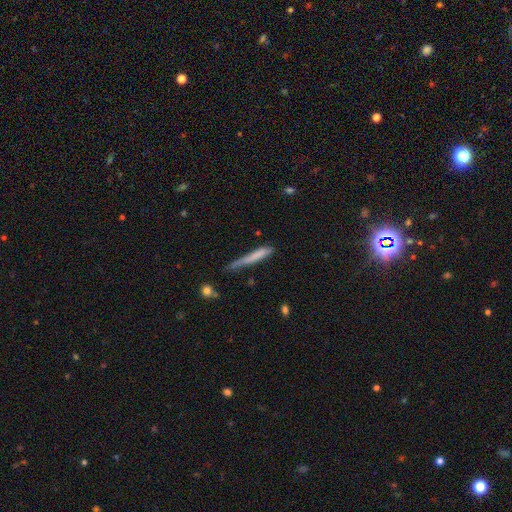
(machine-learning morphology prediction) A smooth galaxy with no disk features (69%) that is cigar-shaped (95%).

Vote fractions:
- Smooth or featured? smooth: 69% / featured or disk: 24% / star or artifact: 7%
- How rounded? cigar-shaped: 95% / in between: 4% / round: 1%
- Merging? none: 50% / minor disturbance: 32% / major disturbance: 12% / merger: 5%